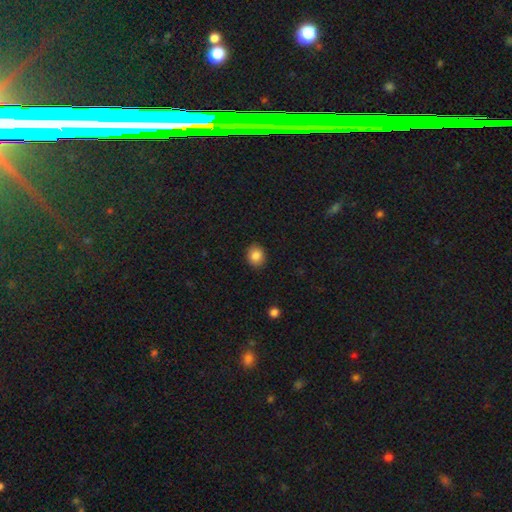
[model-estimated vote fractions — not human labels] smooth 85%, star or artifact 9%, featured or disk 6%. Down the decision tree: how rounded — round (69%); merging — none (89%).